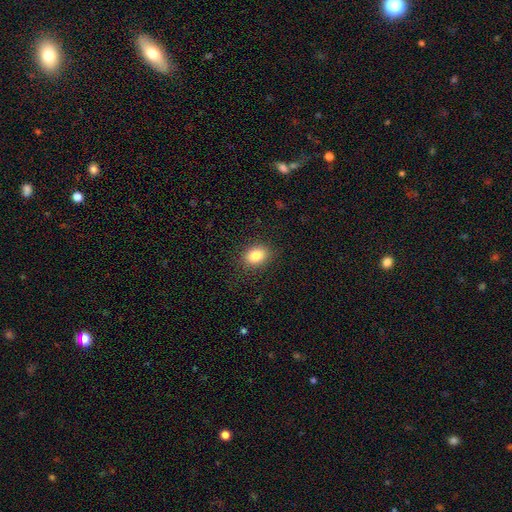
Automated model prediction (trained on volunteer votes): Morphology: type=smooth (84%); roundness=in between (63%); merging=none (87%).